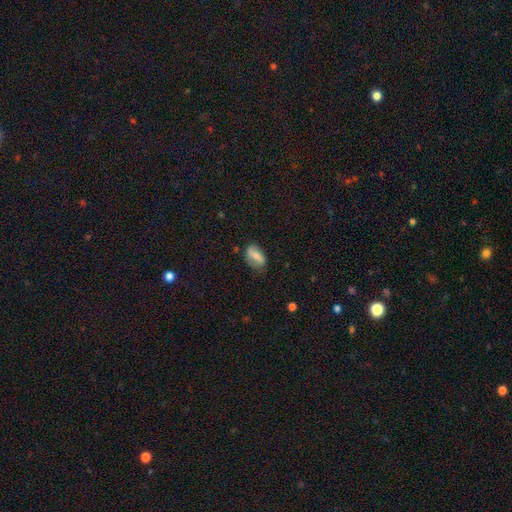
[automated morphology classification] Smooth or featured? Predicted: smooth (p=0.63). How rounded? Predicted: in between (p=0.86). Merging? Predicted: none (p=0.67).